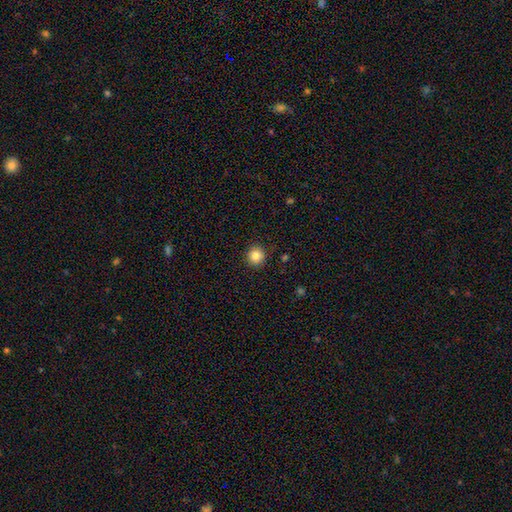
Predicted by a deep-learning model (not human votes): smooth 85%, star or artifact 10%, featured or disk 5%. Down the decision tree: how rounded — round (93%); merging — none (91%).